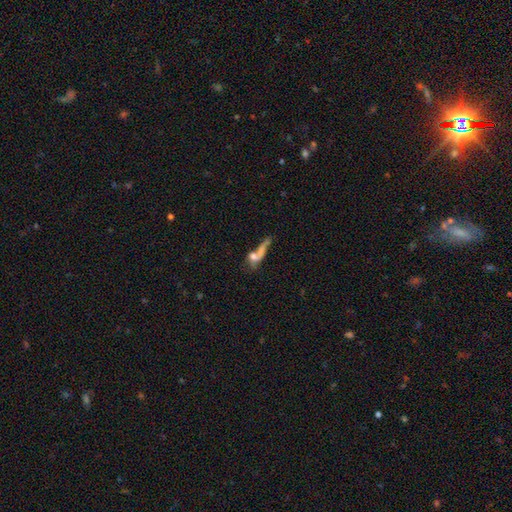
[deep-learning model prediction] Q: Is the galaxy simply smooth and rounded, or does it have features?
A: smooth — 53%.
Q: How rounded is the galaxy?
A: cigar-shaped — 43%.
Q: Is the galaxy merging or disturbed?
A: merger — 39%.